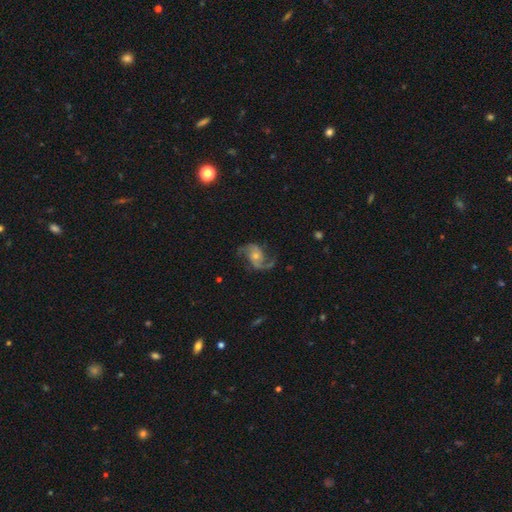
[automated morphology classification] smooth-or-featured: featured or disk: 88% | star or artifact: 7% | smooth: 6%
  disk-edge-on: no: 98% | yes: 2%
    bar: no: 63% | weak: 30% | strong: 8%
    has-spiral-arms: yes: 97% | no: 3%
      spiral-winding: medium: 46% | loose: 44% | tight: 10%
      spiral-arm-count: 2: 92% | can't tell: 2% | 3: 2% | 1: 2% | 4: 1% | more than 4: 1%
    bulge-size: small: 49% | moderate: 44% | large: 3% | none: 3% | dominant: 1%
  merging: none: 75% | minor disturbance: 15% | major disturbance: 9% | merger: 2%